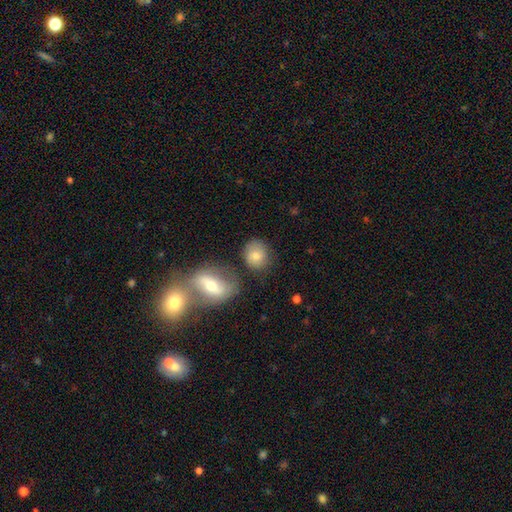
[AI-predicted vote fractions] Overall: smooth (77%). How rounded: round (70%). Merging: none (67%).